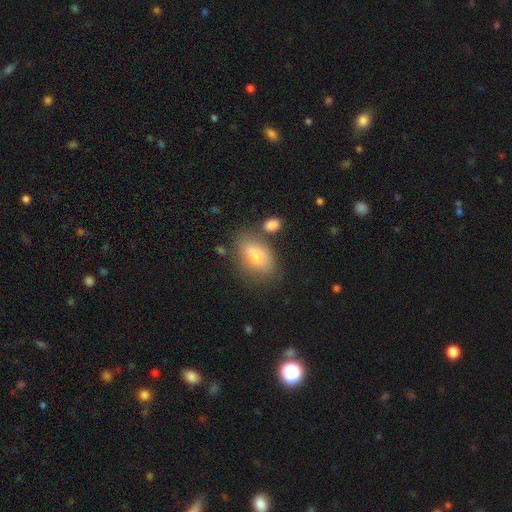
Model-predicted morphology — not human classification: The model was most divided on "merging": none: 65%, minor disturbance: 18%, merger: 11%, major disturbance: 6%. More confident: how rounded — in between (88%); smooth or featured — smooth (76%).